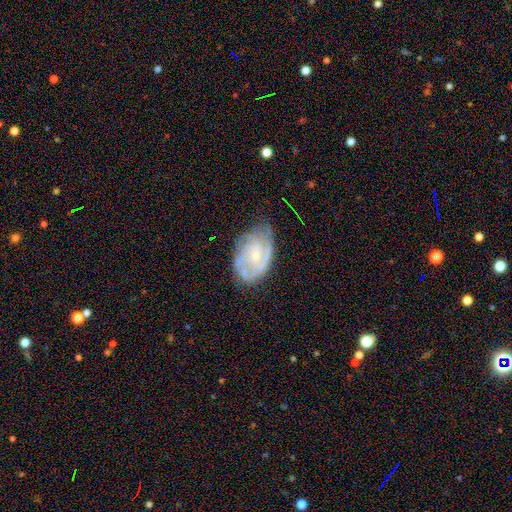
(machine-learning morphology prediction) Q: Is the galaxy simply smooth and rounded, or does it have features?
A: featured or disk — 81%.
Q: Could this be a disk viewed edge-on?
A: no — 97%.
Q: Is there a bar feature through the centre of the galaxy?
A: no — 66%.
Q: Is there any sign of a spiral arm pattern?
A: yes — 92%.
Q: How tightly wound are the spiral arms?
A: tight — 60%.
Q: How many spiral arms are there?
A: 2 — 34%.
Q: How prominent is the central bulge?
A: small — 66%.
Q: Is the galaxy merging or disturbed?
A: none — 62%.